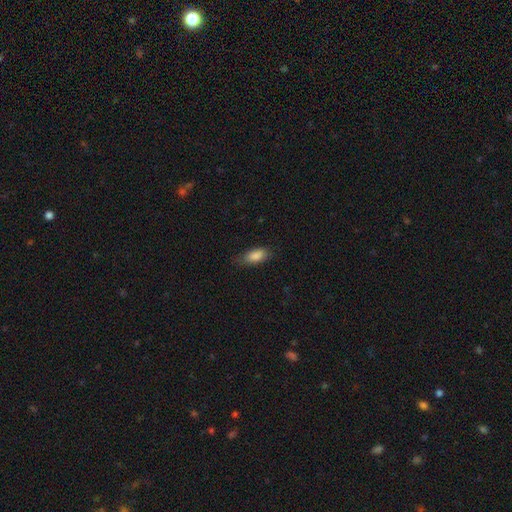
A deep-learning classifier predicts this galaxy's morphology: Smooth or featured? smooth (85%)
How rounded? in between (85%)
Merging? none (73%)